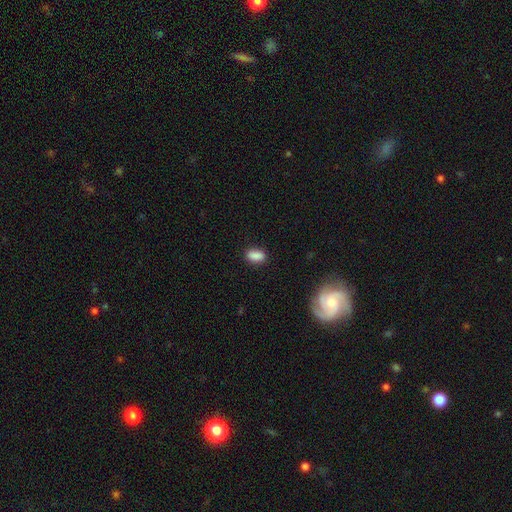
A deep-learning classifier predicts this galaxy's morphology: Smooth or featured? smooth (87%)
How rounded? in between (88%)
Merging? none (85%)